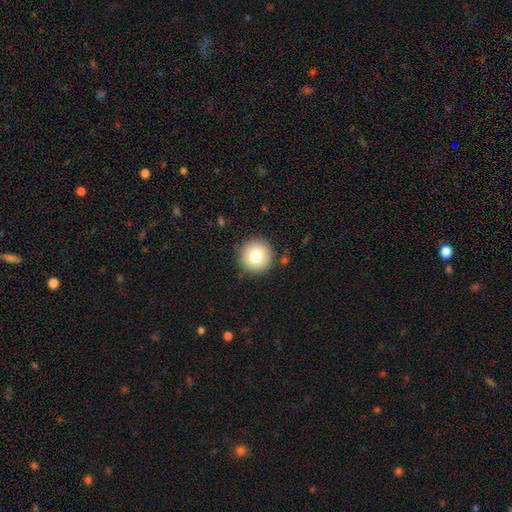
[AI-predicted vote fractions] Smooth or featured? Predicted: smooth (p=0.77). How rounded? Predicted: round (p=0.96). Merging? Predicted: none (p=0.90).